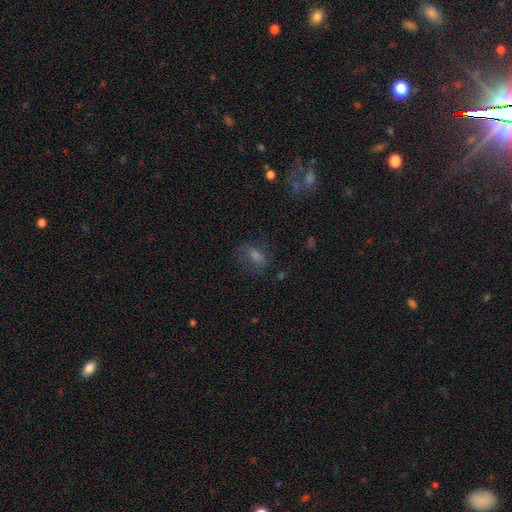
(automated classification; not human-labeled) Q: Smooth or featured?
A: smooth (66%); runner-up: featured or disk (19%)
Q: How rounded?
A: in between (78%); runner-up: round (18%)
Q: Merging?
A: none (59%); runner-up: minor disturbance (21%)